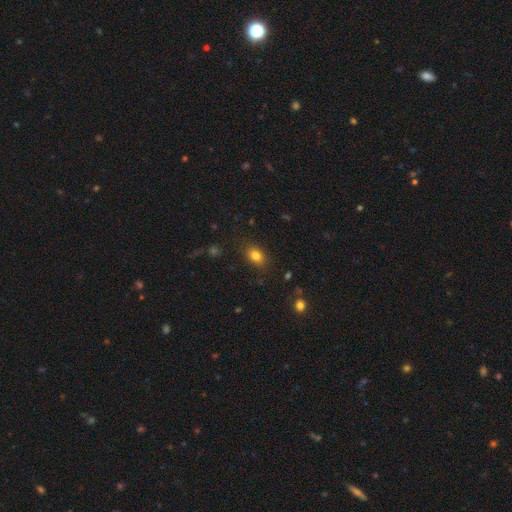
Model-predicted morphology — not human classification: A smooth galaxy with no disk features (81%) that is in between round and cigar-shaped (70%).

Vote fractions:
- Smooth or featured? smooth: 81% / star or artifact: 12% / featured or disk: 7%
- How rounded? in between: 70% / round: 28% / cigar-shaped: 1%
- Merging? none: 84% / minor disturbance: 11% / major disturbance: 3% / merger: 1%